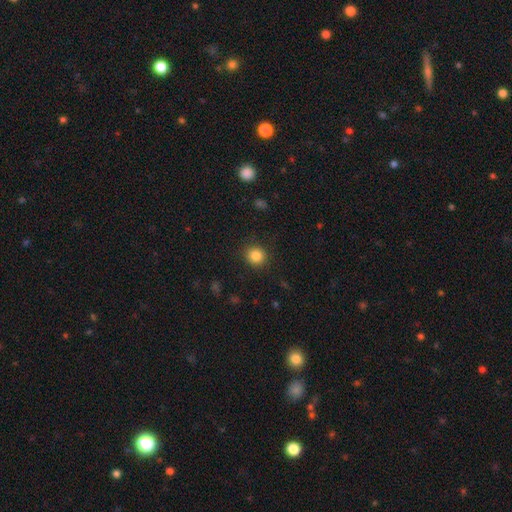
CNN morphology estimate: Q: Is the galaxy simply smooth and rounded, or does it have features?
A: smooth — 85%.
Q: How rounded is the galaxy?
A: round — 89%.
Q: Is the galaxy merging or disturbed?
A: none — 90%.